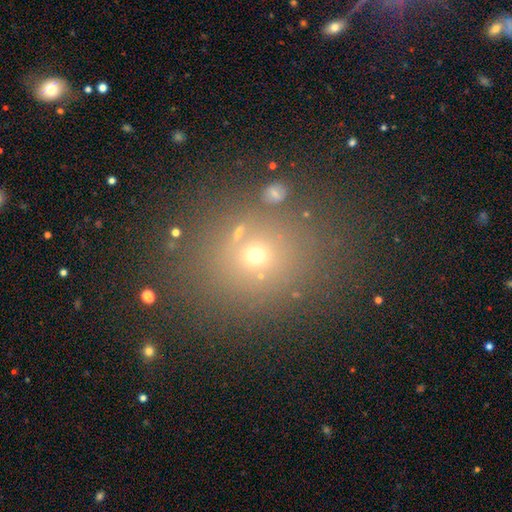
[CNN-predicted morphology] Overall: smooth (61%; star or artifact 26%). How rounded: round (70%). Merging: none (75%).